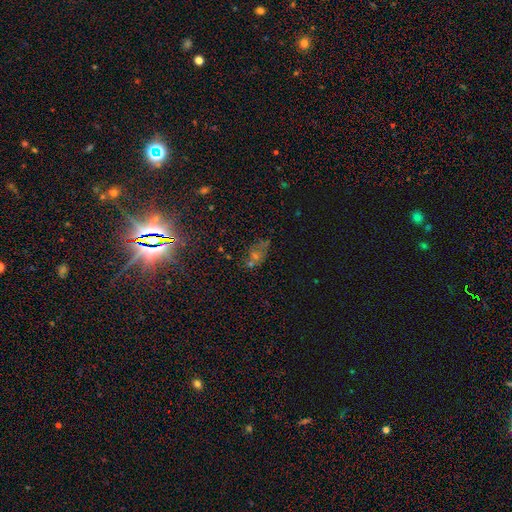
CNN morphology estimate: Smooth or featured?
  - star or artifact: 49% *
  - smooth: 28%
  - featured or disk: 23%